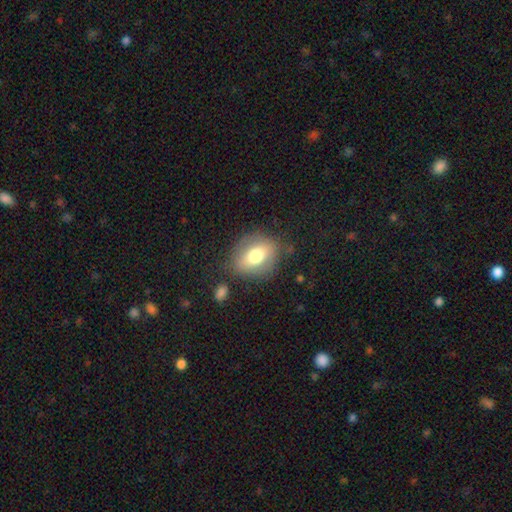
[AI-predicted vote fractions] Morphology: type=smooth (65%); roundness=in between (58%); merging=none (73%).